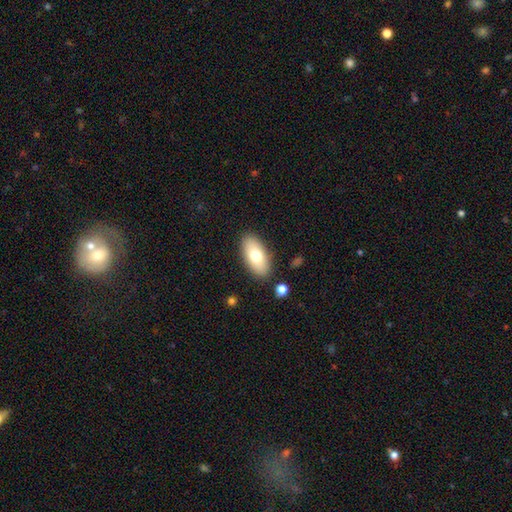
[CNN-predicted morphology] This appears to be a smooth galaxy with no disk features (71%) that is in between round and cigar-shaped (92%). Merging: none (87%).